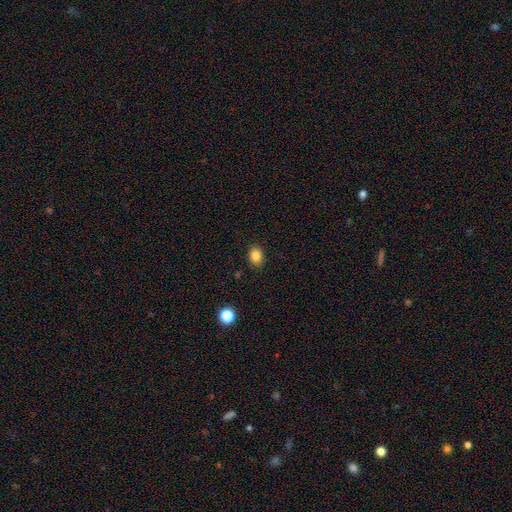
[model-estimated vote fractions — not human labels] A smooth galaxy with no disk features (85%) that is in between round and cigar-shaped (59%). Merging: none (87%).